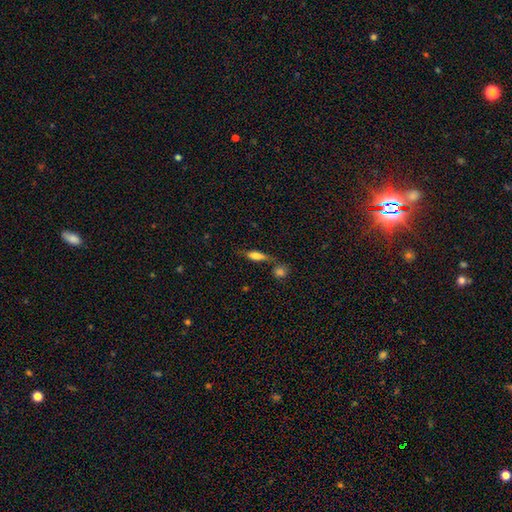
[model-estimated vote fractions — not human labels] Overall: smooth (73%). How rounded: in between (53%; cigar-shaped 44%). Merging: none (55%; merger 22%).